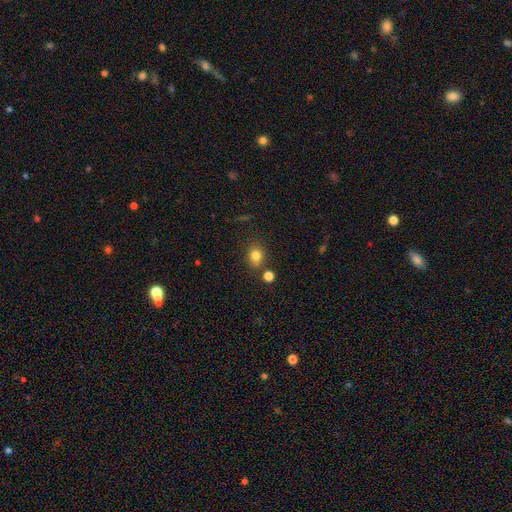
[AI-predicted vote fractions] Q: Smooth or featured?
A: smooth (80%); runner-up: star or artifact (13%)
Q: How rounded?
A: round (71%); runner-up: in between (28%)
Q: Merging?
A: none (74%); runner-up: minor disturbance (12%)